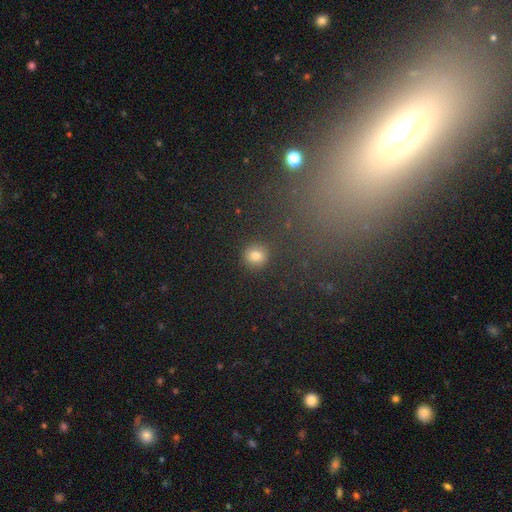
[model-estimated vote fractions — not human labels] A smooth galaxy with no disk features (80%) that is round (90%).

Vote fractions:
- Smooth or featured? smooth: 80% / star or artifact: 13% / featured or disk: 7%
- How rounded? round: 90% / in between: 9% / cigar-shaped: 1%
- Merging? none: 90% / minor disturbance: 6% / major disturbance: 2% / merger: 2%